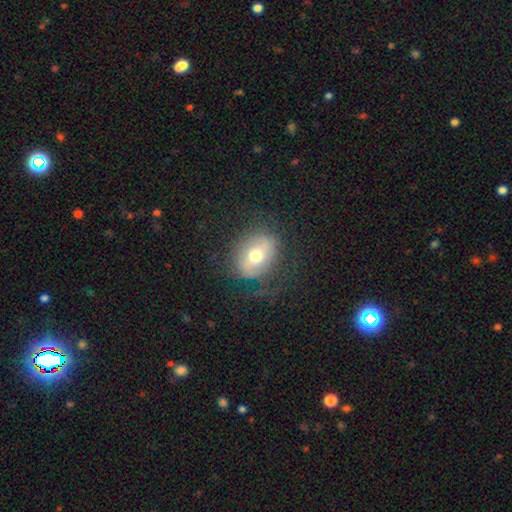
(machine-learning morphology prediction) smooth-or-featured: featured or disk: 46% | smooth: 45% | star or artifact: 9%
  merging: none: 72% | minor disturbance: 17% | major disturbance: 10% | merger: 1%